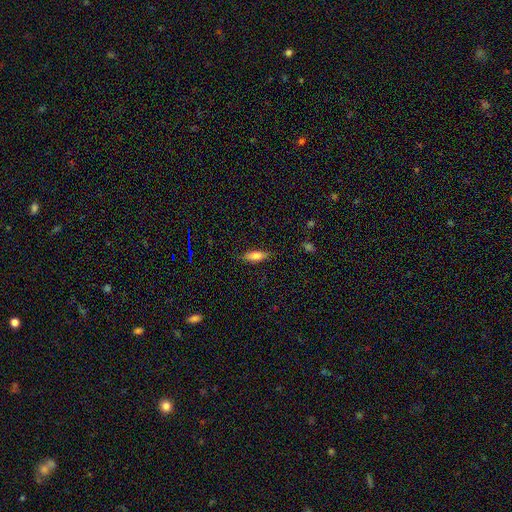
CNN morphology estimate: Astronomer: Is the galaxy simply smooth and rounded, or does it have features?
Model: smooth — 75%.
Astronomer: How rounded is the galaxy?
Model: in between — 64%.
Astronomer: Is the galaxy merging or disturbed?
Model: none — 83%.